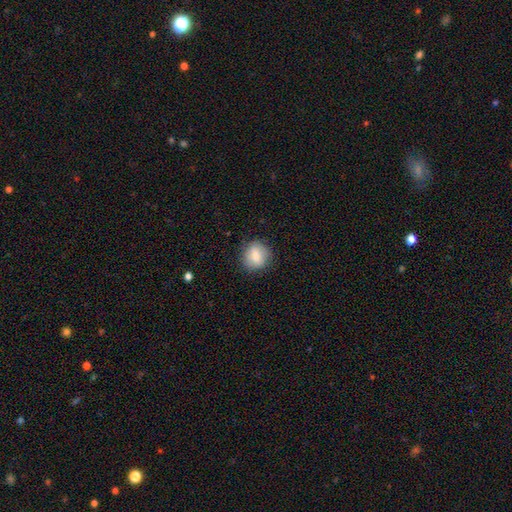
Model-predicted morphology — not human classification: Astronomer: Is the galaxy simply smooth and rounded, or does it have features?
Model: smooth — 78%.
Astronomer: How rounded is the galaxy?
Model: round — 83%.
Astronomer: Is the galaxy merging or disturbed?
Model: none — 83%.